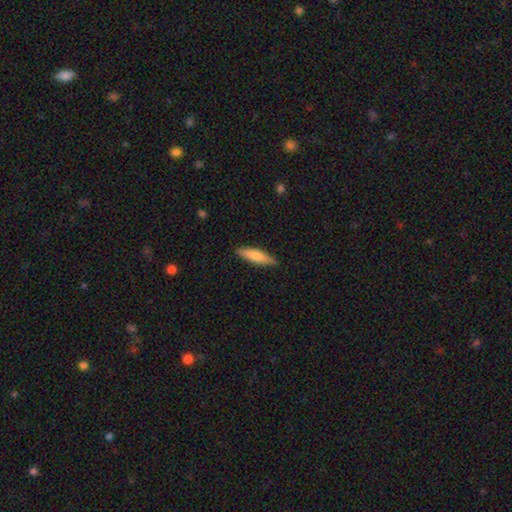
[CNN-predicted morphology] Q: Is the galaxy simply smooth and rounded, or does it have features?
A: smooth — 76%.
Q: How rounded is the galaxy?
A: cigar-shaped — 75%.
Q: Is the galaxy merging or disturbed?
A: none — 86%.